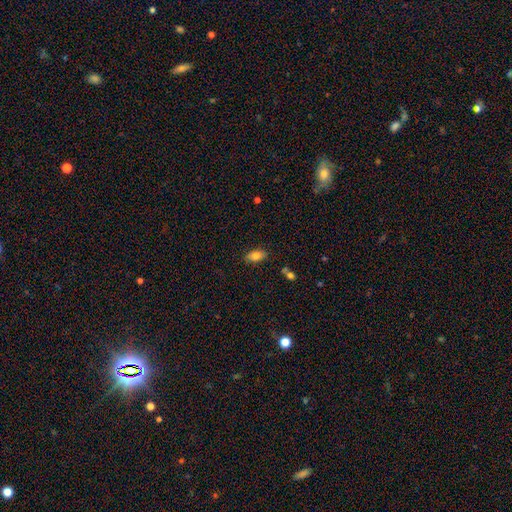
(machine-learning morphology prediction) type=smooth (80%); roundness=in between (91%); merging=none (84%).